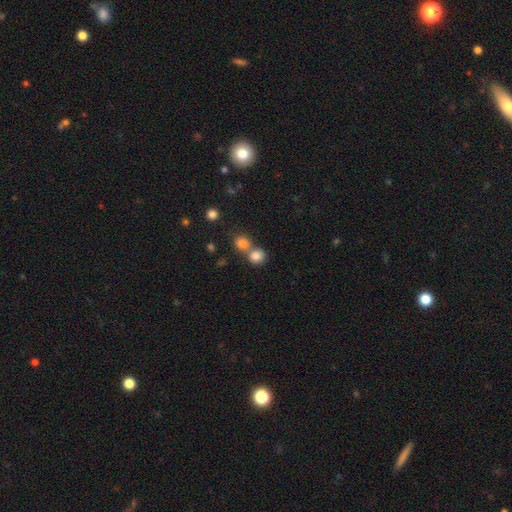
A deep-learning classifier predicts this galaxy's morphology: type=smooth (81%); roundness=round (82%); merging=merger (47%).